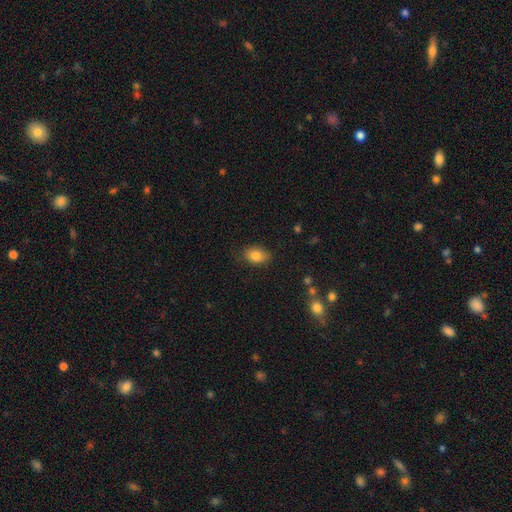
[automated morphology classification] Smooth or featured? smooth (83%)
How rounded? in between (82%)
Merging? none (79%)